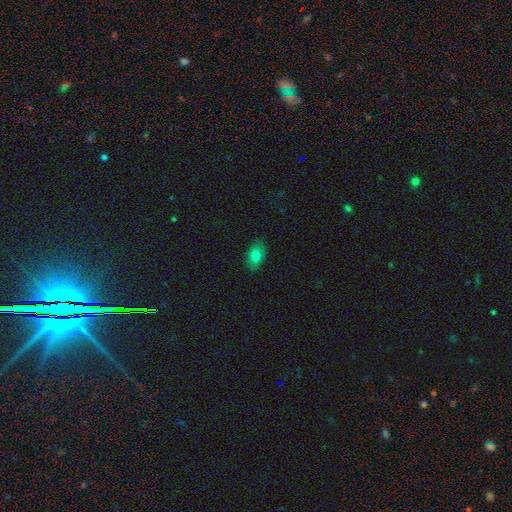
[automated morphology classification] This appears to be a smooth galaxy with no disk features (79%) that is in between round and cigar-shaped (87%). Merging: none (85%).